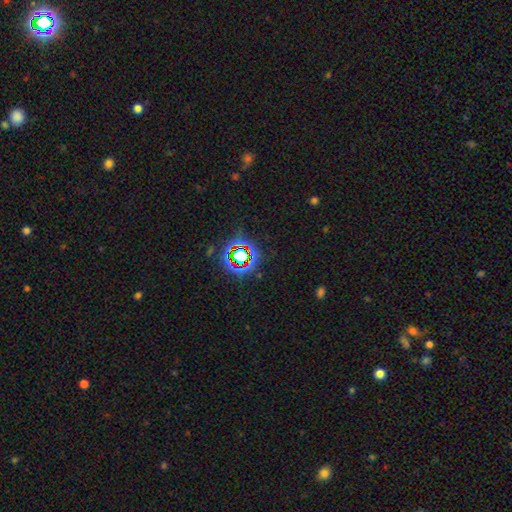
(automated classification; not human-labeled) This is likely a star or artifact rather than a galaxy (73%).